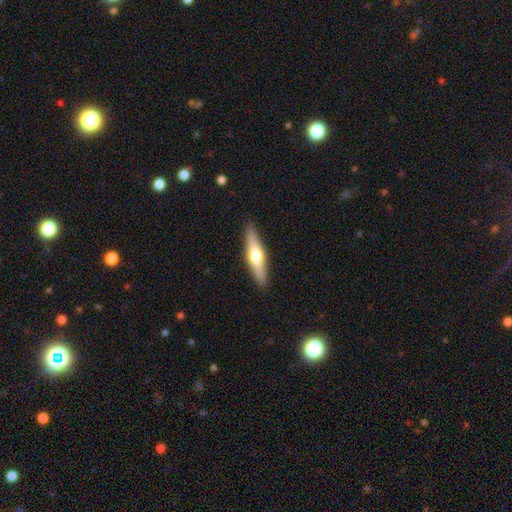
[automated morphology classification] smooth-or-featured: smooth: 48% | featured or disk: 47% | star or artifact: 5%
  merging: none: 89% | minor disturbance: 8% | major disturbance: 2% | merger: 1%